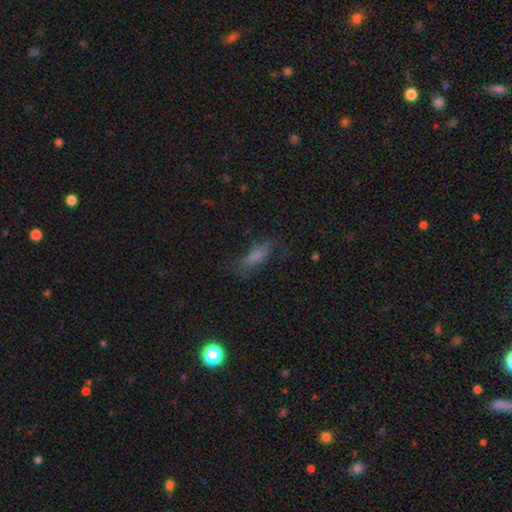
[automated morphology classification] smooth-or-featured: smooth: 63% | featured or disk: 19% | star or artifact: 18%
  how-rounded: cigar-shaped: 53% | in between: 43% | round: 4%
  merging: none: 64% | minor disturbance: 22% | major disturbance: 12% | merger: 2%